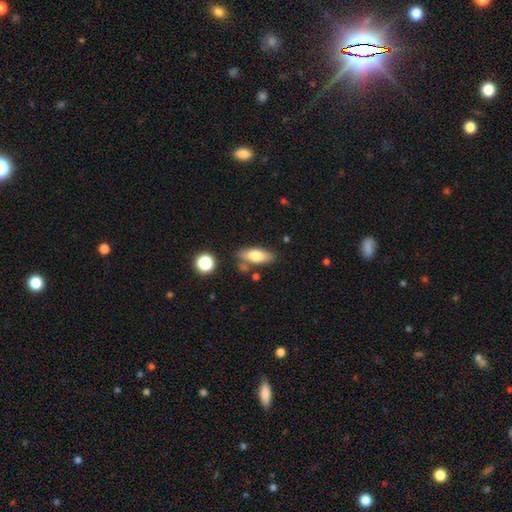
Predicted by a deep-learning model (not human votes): smooth_or_featured: smooth (p=0.71) [alt: featured or disk p=0.21]
how_rounded: in between (p=0.72) [alt: cigar-shaped p=0.25]
merging: none (p=0.73) [alt: minor disturbance p=0.15]